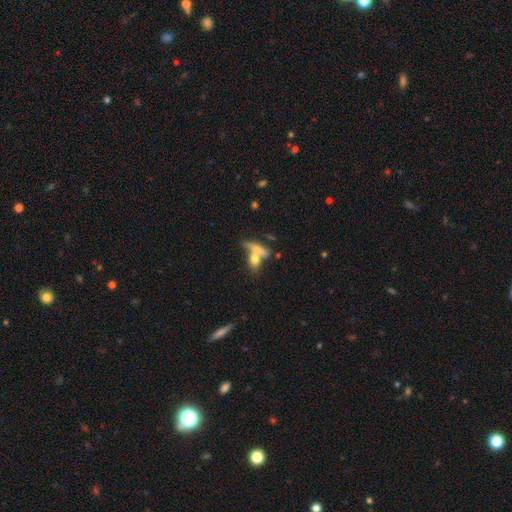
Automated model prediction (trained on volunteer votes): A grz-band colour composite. It shows a smooth galaxy with no disk features (64%) that is in between round and cigar-shaped (47%). Merging: merger (50%).